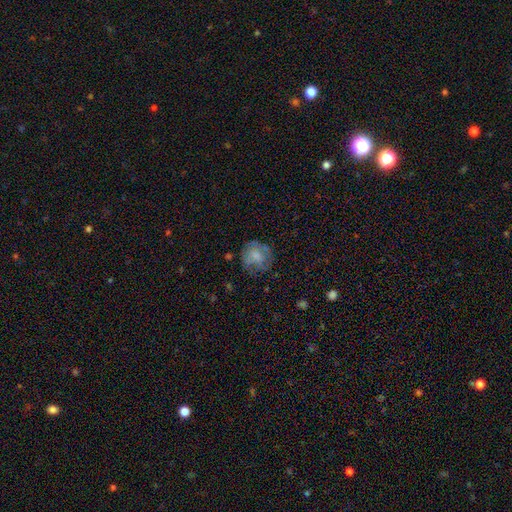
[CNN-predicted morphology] Smooth or featured? smooth (62%)
How rounded? round (82%)
Merging? none (62%)